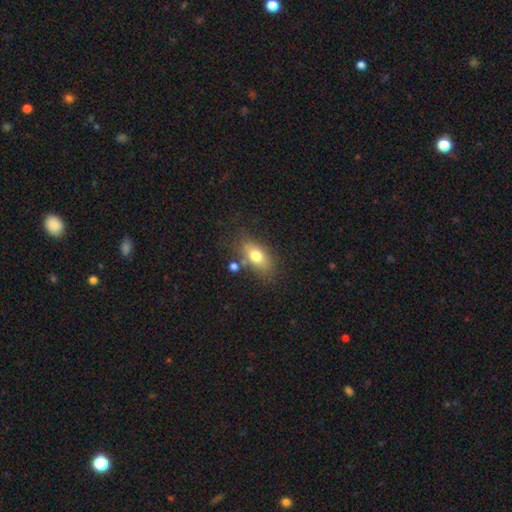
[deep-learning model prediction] smooth 72%, featured or disk 19%, star or artifact 9%. Down the decision tree: how rounded — in between (81%); merging — none (69%).